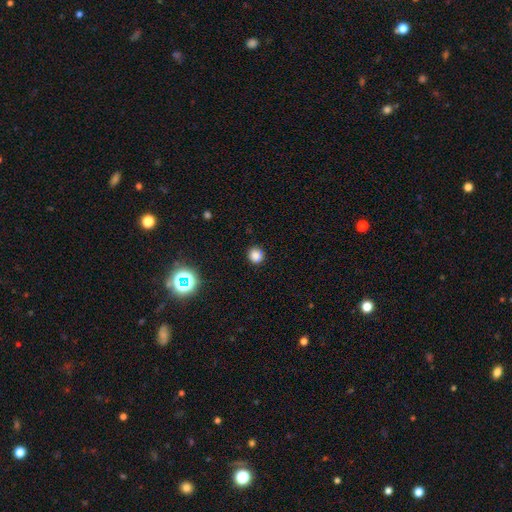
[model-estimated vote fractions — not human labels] Q: Smooth or featured?
A: smooth (80%); runner-up: star or artifact (15%)
Q: How rounded?
A: round (88%); runner-up: in between (11%)
Q: Merging?
A: none (85%); runner-up: minor disturbance (10%)